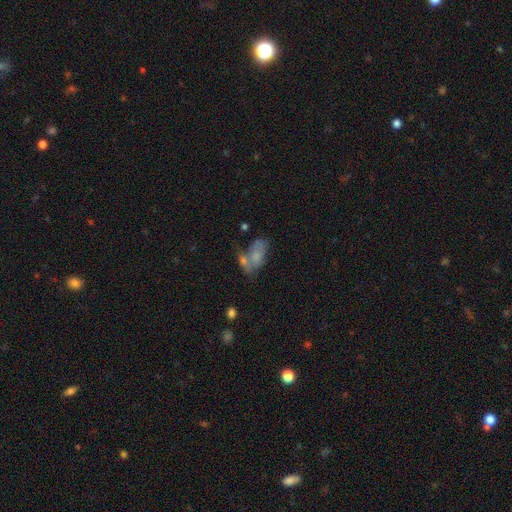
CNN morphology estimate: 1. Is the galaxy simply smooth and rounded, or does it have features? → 63% smooth, 25% featured or disk, 12% star or artifact.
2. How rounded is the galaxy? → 88% in between, 7% round, 5% cigar-shaped.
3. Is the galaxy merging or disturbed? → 38% merger, 33% none, 17% minor disturbance, 12% major disturbance.